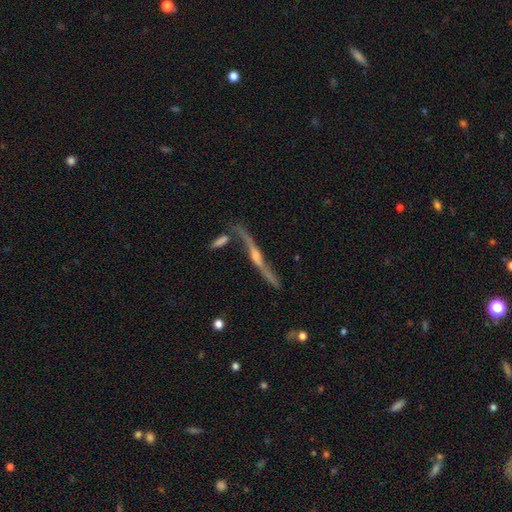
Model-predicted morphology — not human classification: This is clearly a featured or disk galaxy (83%). It is likely viewed edge-on (79%). Edge-on bulge: likely rounded (77%). Merging: possibly none (56%).